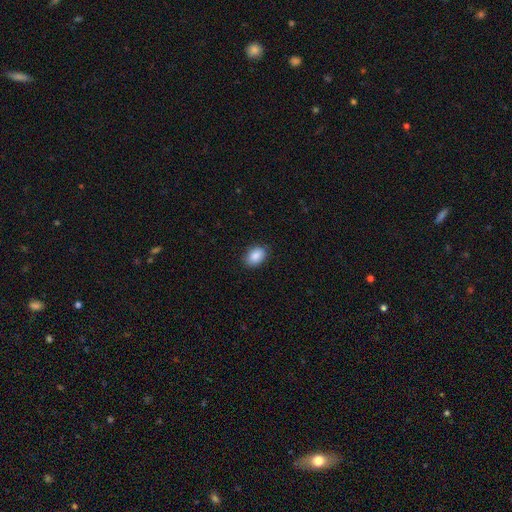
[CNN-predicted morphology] Q: Smooth or featured?
A: smooth (88%); runner-up: star or artifact (7%)
Q: How rounded?
A: in between (83%); runner-up: round (16%)
Q: Merging?
A: none (85%); runner-up: minor disturbance (11%)